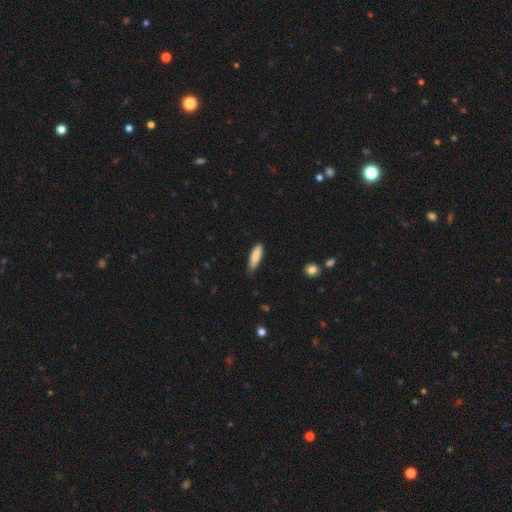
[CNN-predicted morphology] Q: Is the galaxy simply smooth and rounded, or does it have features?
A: smooth — 84%.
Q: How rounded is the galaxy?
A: cigar-shaped — 52%.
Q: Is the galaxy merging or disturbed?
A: none — 75%.